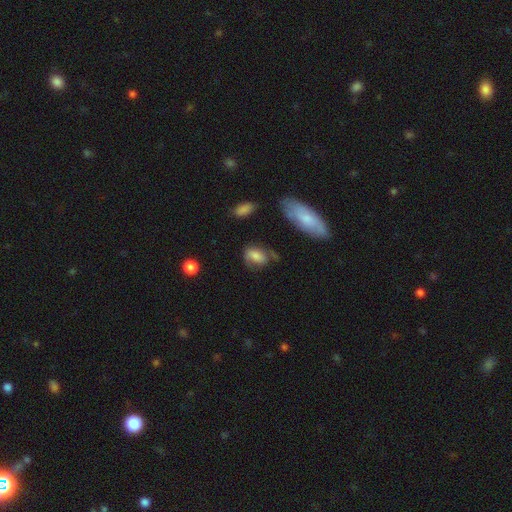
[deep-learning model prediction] smooth_or_featured: smooth (p=0.67) [alt: featured or disk p=0.24]
how_rounded: in between (p=0.78) [alt: round p=0.19]
merging: none (p=0.49) [alt: minor disturbance p=0.29]